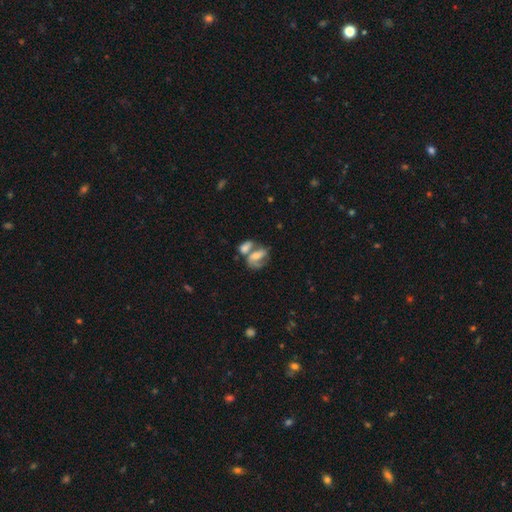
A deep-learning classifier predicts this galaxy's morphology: Q: Smooth or featured?
A: featured or disk (47%); runner-up: smooth (44%)
Q: Merging?
A: merger (54%); runner-up: none (26%)